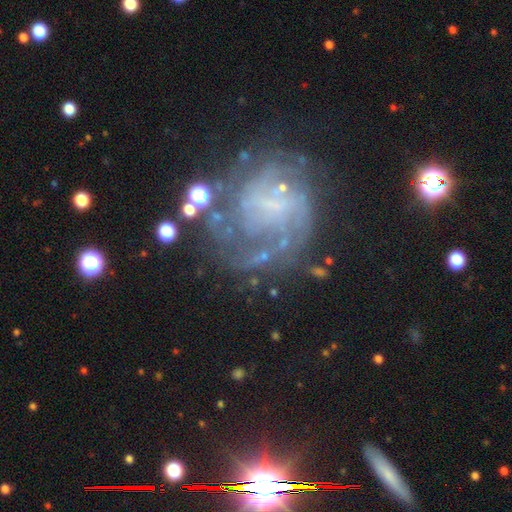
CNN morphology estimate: smooth-or-featured: featured or disk: 70% | smooth: 16% | star or artifact: 14%
  disk-edge-on: no: 98% | yes: 2%
    bar: no: 56% | weak: 33% | strong: 11%
    has-spiral-arms: yes: 71% | no: 29%
    bulge-size: none: 62% | small: 22% | moderate: 12% | large: 3% | dominant: 1%
  merging: none: 51% | major disturbance: 26% | minor disturbance: 18% | merger: 5%